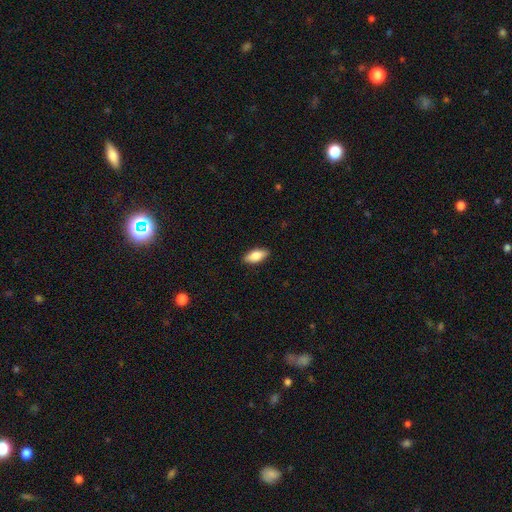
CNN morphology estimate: Smooth or featured: smooth — 84% (featured or disk — 10%)
How rounded: in between — 85% (cigar-shaped — 12%)
Merging: none — 89% (minor disturbance — 8%)